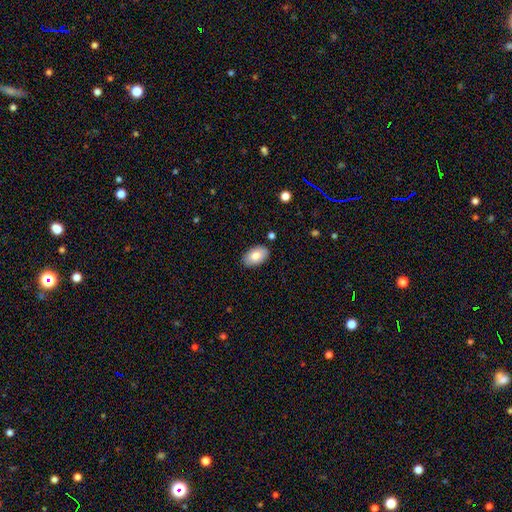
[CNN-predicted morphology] Smooth or featured? Predicted: smooth (p=0.80). How rounded? Predicted: in between (p=0.93). Merging? Predicted: none (p=0.85).